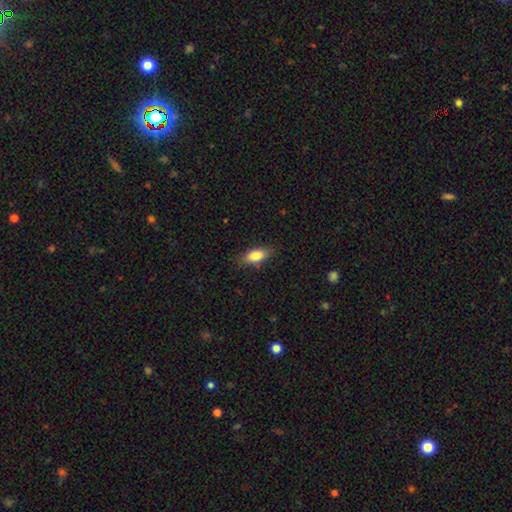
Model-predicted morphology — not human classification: Smooth or featured? smooth (83%)
How rounded? in between (84%)
Merging? none (83%)